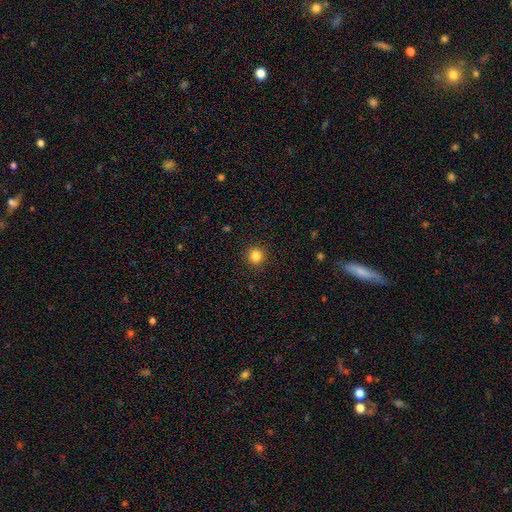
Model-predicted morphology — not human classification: smooth 84%, star or artifact 12%, featured or disk 4%. Down the decision tree: how rounded — round (93%); merging — none (92%).